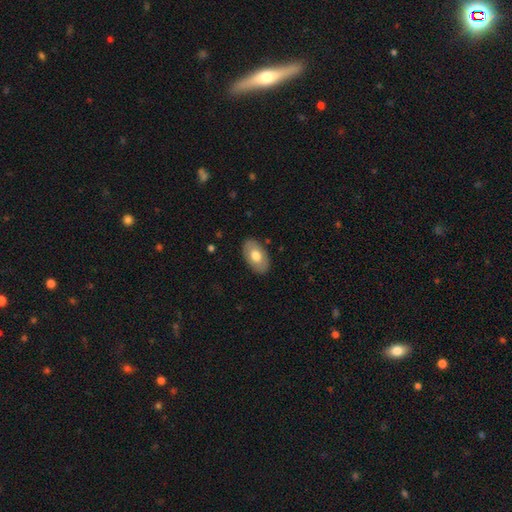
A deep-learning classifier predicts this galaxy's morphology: smooth 68%, featured or disk 26%, star or artifact 6%. Down the decision tree: how rounded — in between (93%); merging — none (86%).